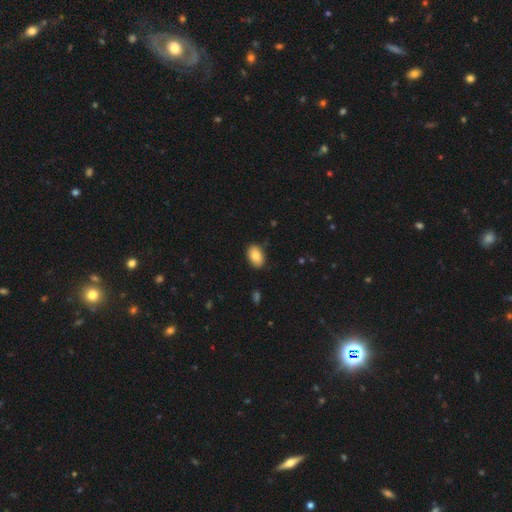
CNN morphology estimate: This appears to be a smooth galaxy with no disk features (85%) that is in between round and cigar-shaped (89%). Merging: none (86%).